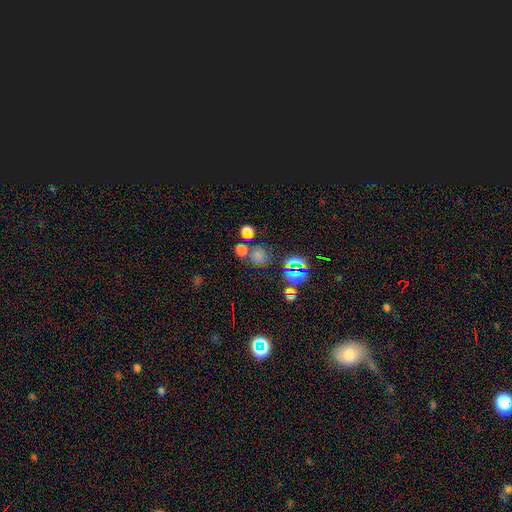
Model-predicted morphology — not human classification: Smooth or featured? Predicted: smooth (p=0.47). Merging? Predicted: none (p=0.71).